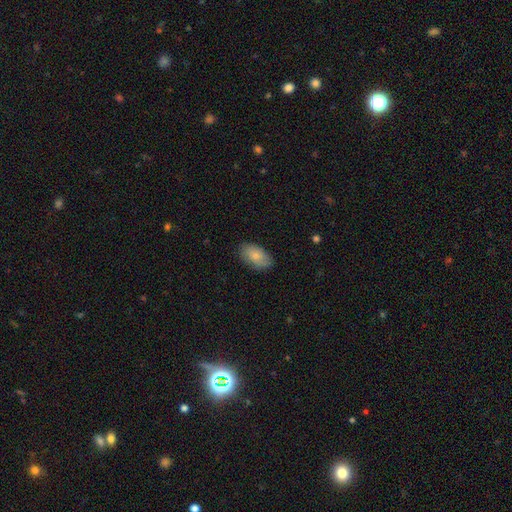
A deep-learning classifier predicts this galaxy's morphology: Smooth or featured? Predicted: smooth (p=0.83). How rounded? Predicted: in between (p=0.94). Merging? Predicted: none (p=0.83).